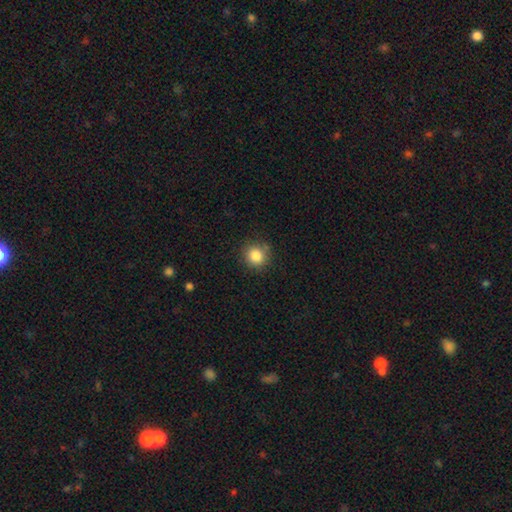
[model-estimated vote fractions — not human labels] The model was most divided on "merging": none: 84%, minor disturbance: 11%, major disturbance: 3%, merger: 2%. More confident: how rounded — round (90%); smooth or featured — smooth (85%).